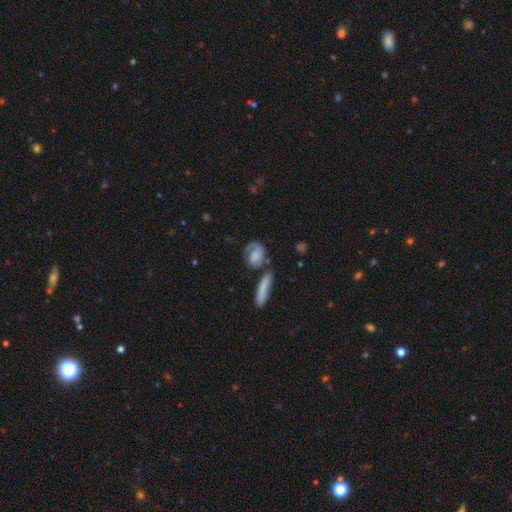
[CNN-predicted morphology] The model was most divided on "smooth or featured": smooth: 50%, featured or disk: 42%, star or artifact: 8%. Remaining: how rounded — in between (62%); merging — none (47%).